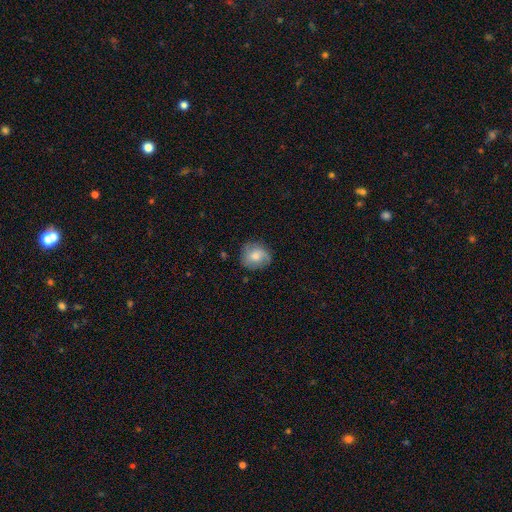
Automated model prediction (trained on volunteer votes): Overall: smooth (65%; featured or disk 27%). How rounded: round (75%). Merging: none (71%).